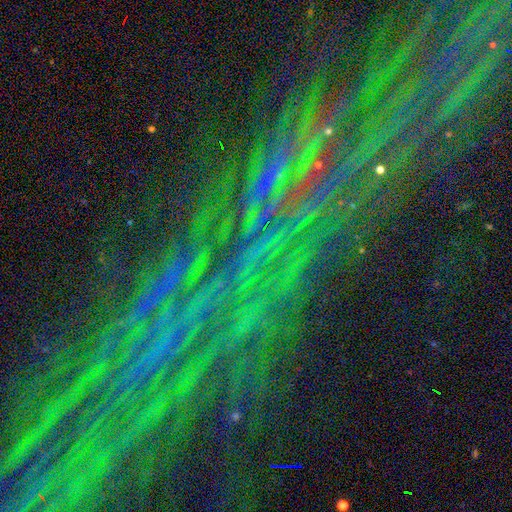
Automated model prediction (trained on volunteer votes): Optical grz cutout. It shows a star or artifact, not a galaxy (82%).